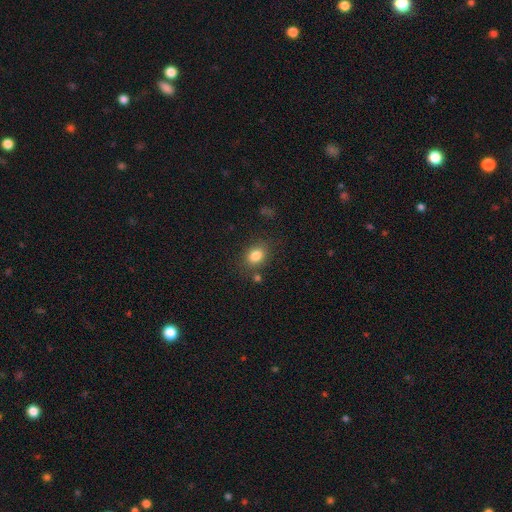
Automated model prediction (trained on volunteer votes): Morphology: type=smooth (83%); roundness=in between (57%); merging=none (78%).